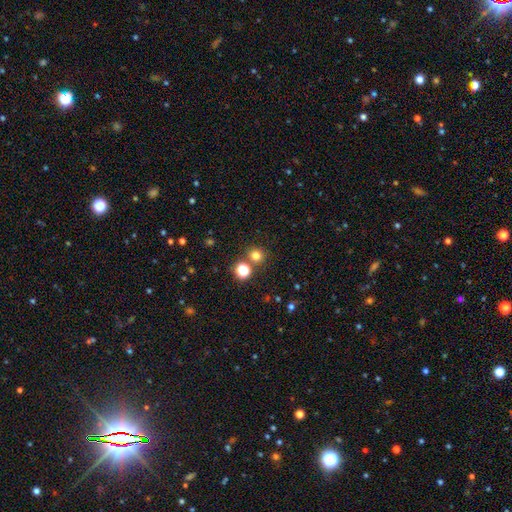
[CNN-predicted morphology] A smooth galaxy with no disk features (77%) that is round (91%). Merging: none (78%).